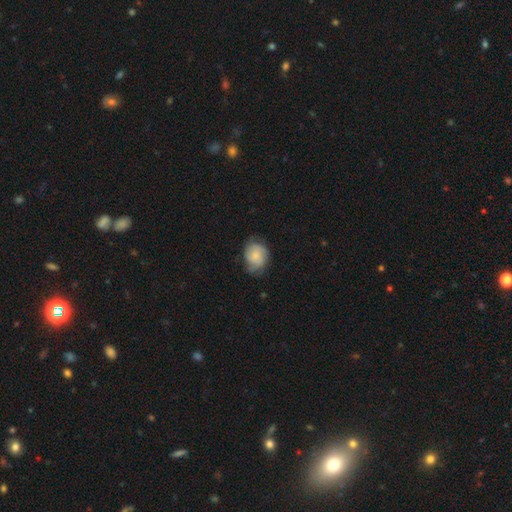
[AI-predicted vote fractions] A smooth galaxy with no disk features (54%) that is in between round and cigar-shaped (51%).

Vote fractions:
- Smooth or featured? smooth: 54% / featured or disk: 38% / star or artifact: 8%
- How rounded? in between: 51% / round: 48% / cigar-shaped: 1%
- Merging? none: 64% / minor disturbance: 26% / major disturbance: 9% / merger: 1%